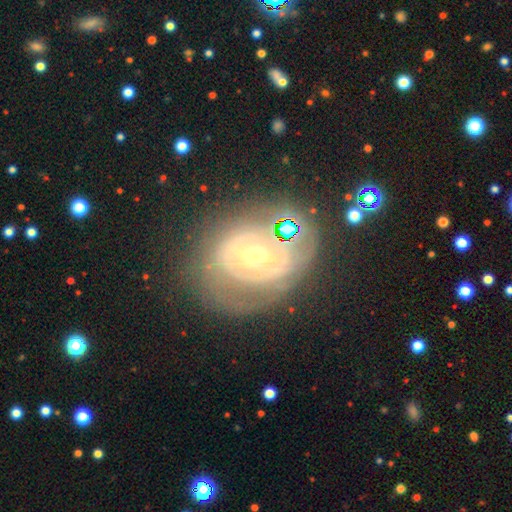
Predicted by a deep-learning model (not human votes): Q: Smooth or featured?
A: featured or disk (73%); runner-up: smooth (18%)
Q: Edge-on disk?
A: no (95%); runner-up: yes (5%)
Q: Bar?
A: no (41%); runner-up: weak (36%)
Q: Spiral arms?
A: yes (59%); runner-up: no (41%)
Q: Bulge size?
A: moderate (53%); runner-up: small (41%)
Q: Merging?
A: none (58%); runner-up: minor disturbance (21%)